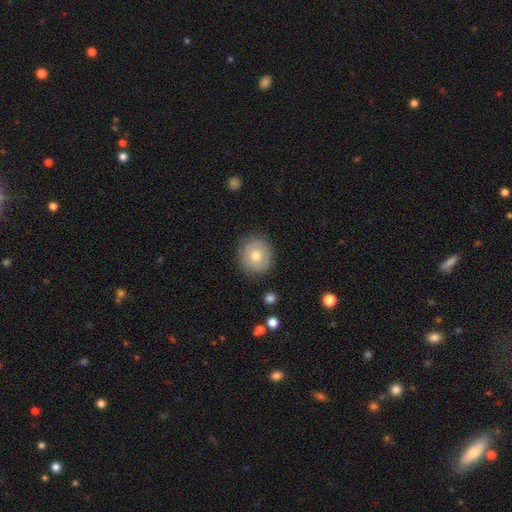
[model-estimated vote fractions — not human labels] Smooth or featured? smooth (67%)
How rounded? round (90%)
Merging? none (86%)